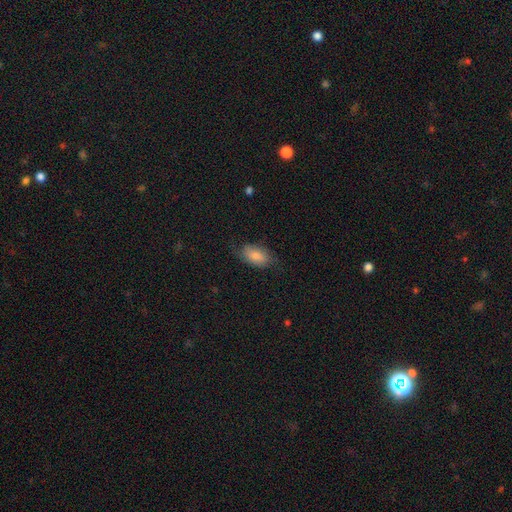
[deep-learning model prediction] Morphology: type=smooth (75%); roundness=in between (92%); merging=none (64%).